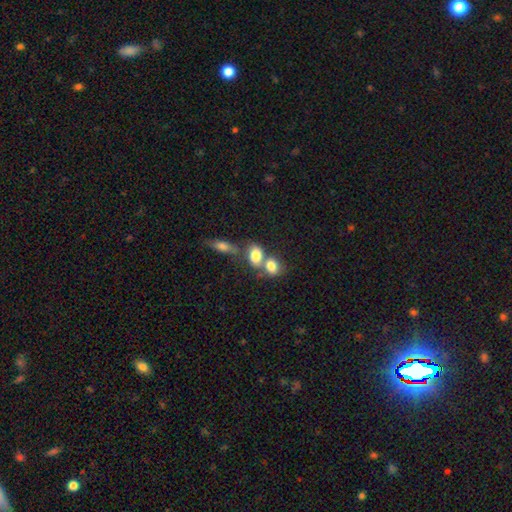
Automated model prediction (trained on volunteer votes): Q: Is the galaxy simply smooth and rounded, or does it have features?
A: smooth — 79%.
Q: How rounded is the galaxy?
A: in between — 69%.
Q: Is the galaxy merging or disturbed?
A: merger — 56%.